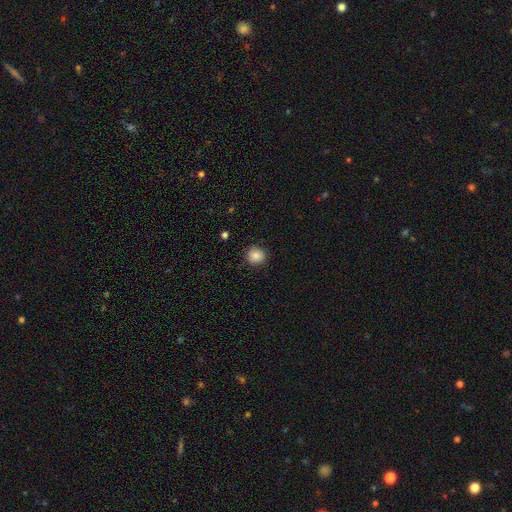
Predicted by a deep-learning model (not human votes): A smooth galaxy with no disk features (86%) that is round (90%). Merging: none (89%).